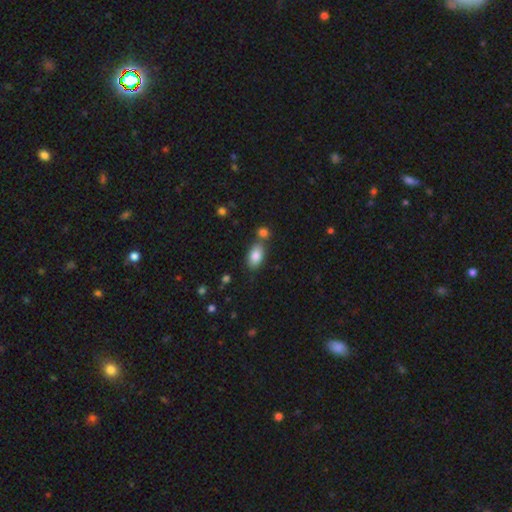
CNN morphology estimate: smooth 84%, featured or disk 8%, star or artifact 7%. Down the decision tree: how rounded — in between (92%); merging — none (66%).